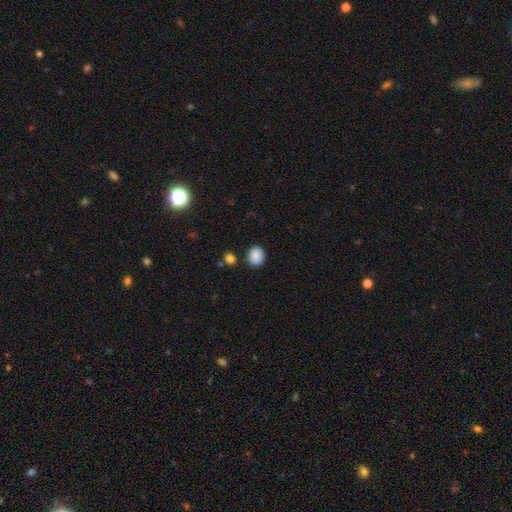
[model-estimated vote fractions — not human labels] A smooth galaxy with no disk features (87%) that is round (73%).

Vote fractions:
- Smooth or featured? smooth: 87% / star or artifact: 9% / featured or disk: 4%
- How rounded? round: 73% / in between: 27% / cigar-shaped: 1%
- Merging? none: 84% / minor disturbance: 10% / merger: 4% / major disturbance: 2%